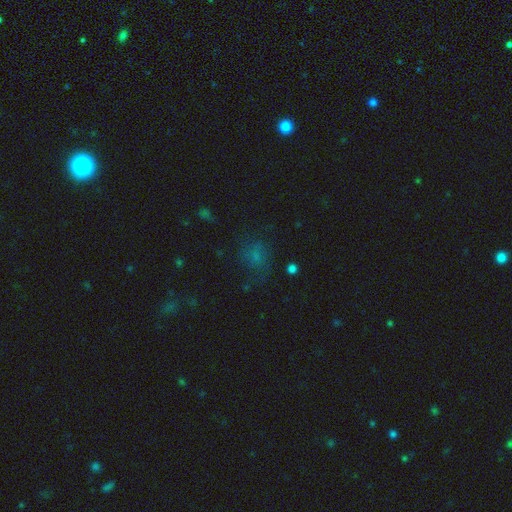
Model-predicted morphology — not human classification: A smooth galaxy with no disk features (59%) that is round (60%).

Vote fractions:
- Smooth or featured? smooth: 59% / star or artifact: 25% / featured or disk: 16%
- How rounded? round: 60% / in between: 39% / cigar-shaped: 1%
- Merging? none: 55% / minor disturbance: 23% / major disturbance: 19% / merger: 3%